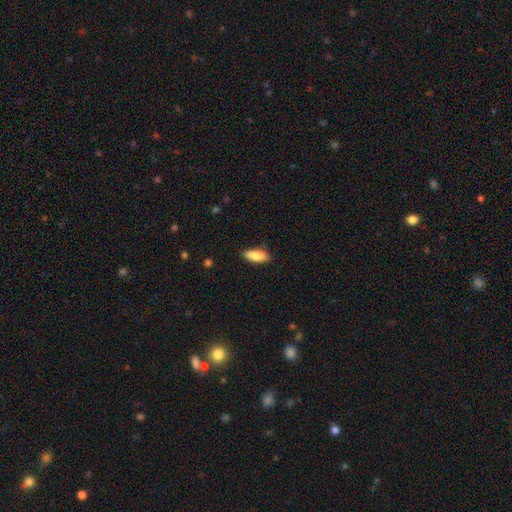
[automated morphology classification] smooth-or-featured: smooth: 82% | featured or disk: 11% | star or artifact: 6%
  how-rounded: in between: 77% | cigar-shaped: 21% | round: 2%
  merging: none: 86% | minor disturbance: 11% | major disturbance: 2% | merger: 1%